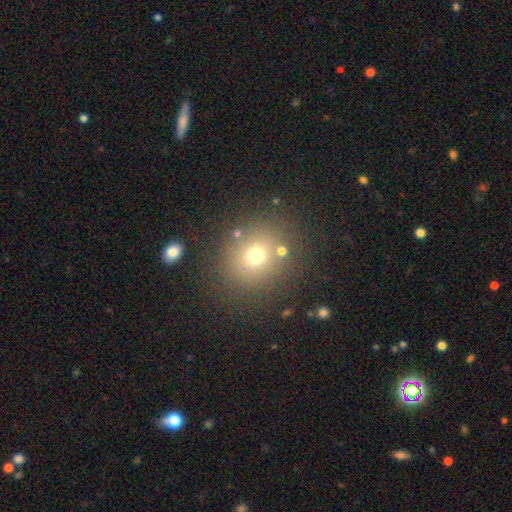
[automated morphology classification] This appears to be a smooth galaxy with no disk features (69%) that is round (80%). Merging: none (79%).